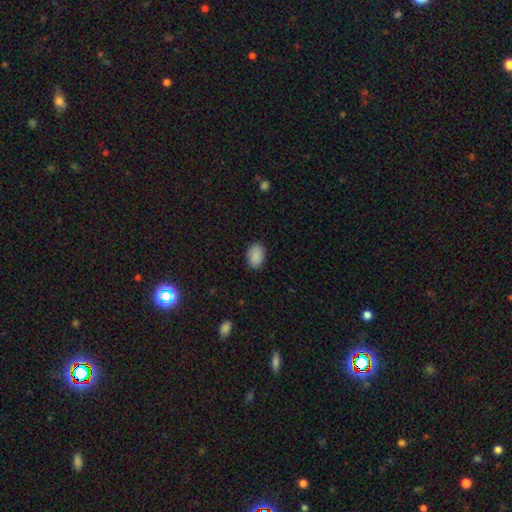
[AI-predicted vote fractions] smooth_or_featured: smooth (p=0.89) [alt: star or artifact p=0.07]
how_rounded: in between (p=0.83) [alt: round p=0.15]
merging: none (p=0.86) [alt: minor disturbance p=0.11]